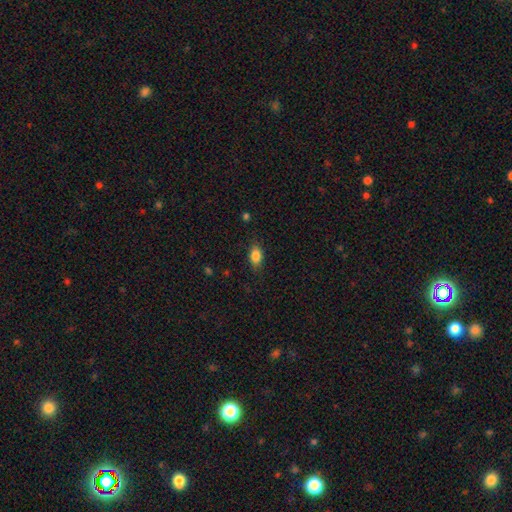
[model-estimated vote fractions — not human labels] Smooth or featured: smooth — 85% (star or artifact — 8%)
How rounded: in between — 85% (round — 10%)
Merging: none — 83% (minor disturbance — 13%)